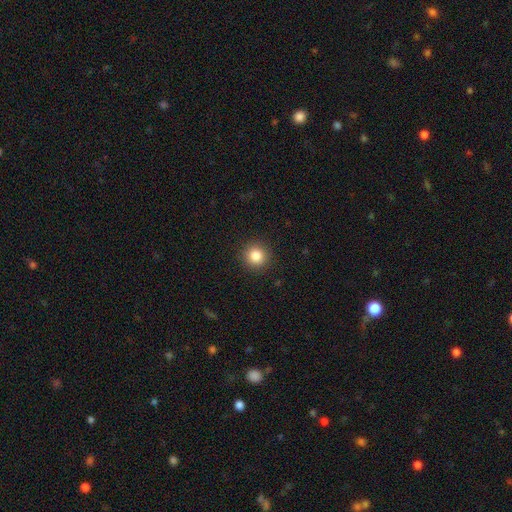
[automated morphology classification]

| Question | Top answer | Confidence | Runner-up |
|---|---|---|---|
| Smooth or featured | smooth | 84% | star or artifact (11%) |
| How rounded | round | 94% | in between (5%) |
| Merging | none | 91% | minor disturbance (6%) |